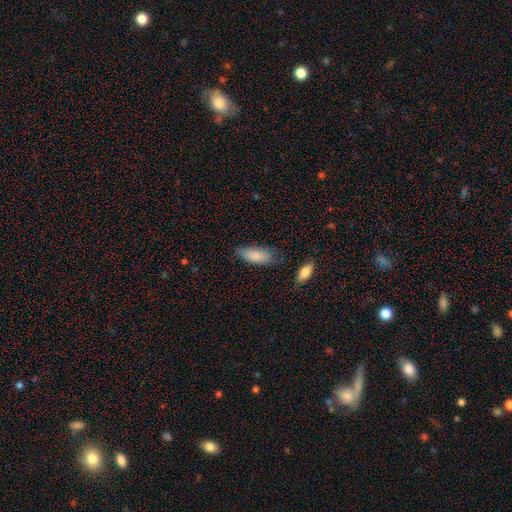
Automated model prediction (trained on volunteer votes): Q: Smooth or featured?
A: smooth (86%); runner-up: featured or disk (8%)
Q: How rounded?
A: in between (80%); runner-up: cigar-shaped (18%)
Q: Merging?
A: none (72%); runner-up: minor disturbance (21%)